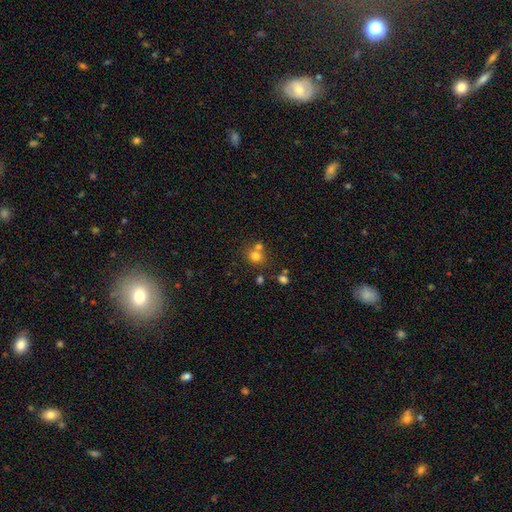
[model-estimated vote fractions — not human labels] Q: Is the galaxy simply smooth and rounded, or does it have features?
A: smooth — 74%.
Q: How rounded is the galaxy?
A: round — 81%.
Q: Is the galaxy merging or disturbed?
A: none — 54%.